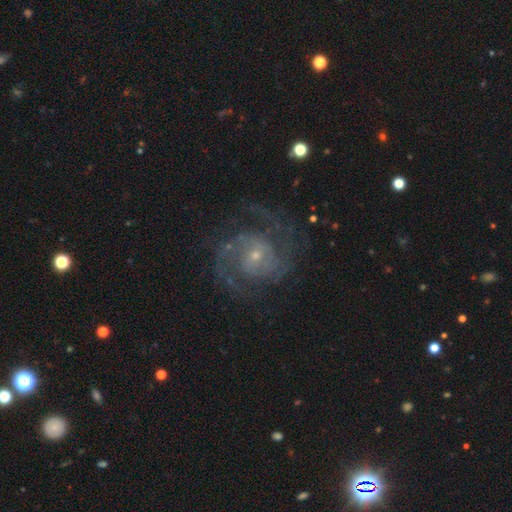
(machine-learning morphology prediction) Smooth or featured?
  - featured or disk: 88% *
  - star or artifact: 6%
  - smooth: 5%
Edge-on disk?
  - no: 98% *
  - yes: 2%
Bar?
  - no: 58% *
  - weak: 35%
  - strong: 8%
Spiral arms?
  - yes: 97% *
  - no: 3%
Spiral winding?
  - medium: 48% *
  - tight: 41%
  - loose: 11%
Spiral arm count?
  - 2: 66% *
  - can't tell: 12%
  - 3: 11%
  - 4: 4%
  - 1: 4%
  - more than 4: 4%
Bulge size?
  - small: 71% *
  - moderate: 25%
  - none: 2%
  - large: 2%
  - dominant: 1%
Merging?
  - none: 71% *
  - minor disturbance: 15%
  - major disturbance: 12%
  - merger: 1%